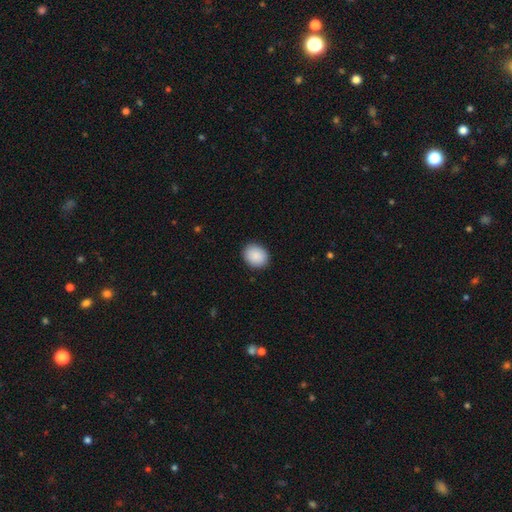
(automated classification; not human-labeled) A smooth galaxy with no disk features (90%) that is round (60%).

Vote fractions:
- Smooth or featured? smooth: 90% / star or artifact: 7% / featured or disk: 3%
- How rounded? round: 60% / in between: 40% / cigar-shaped: 1%
- Merging? none: 90% / minor disturbance: 7% / major disturbance: 2% / merger: 1%